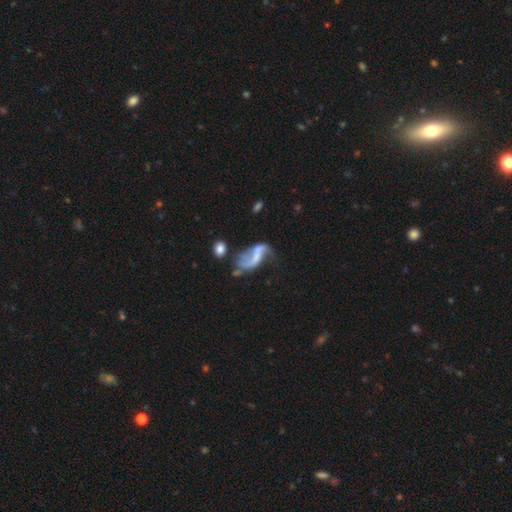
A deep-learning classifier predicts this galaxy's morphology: Overall: featured or disk (70%). Edge-on disk: no (96%). Bar: weak (37%; no 35%). Spiral arms: yes (76%). Spiral arm count: 2 (78%). Spiral winding: loose (80%). Bulge size: none (54%; small 26%). Merging: none (31%, tied with major disturbance).